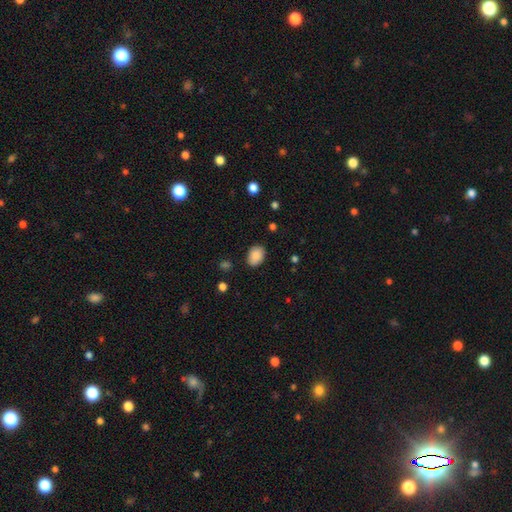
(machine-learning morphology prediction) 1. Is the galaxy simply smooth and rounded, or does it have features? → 89% smooth, 8% star or artifact, 4% featured or disk.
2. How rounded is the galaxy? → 75% in between, 24% round, 1% cigar-shaped.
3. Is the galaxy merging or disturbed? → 85% none, 11% minor disturbance, 3% major disturbance, 1% merger.